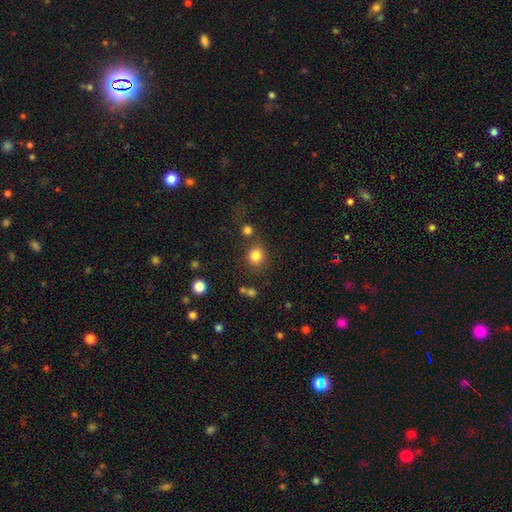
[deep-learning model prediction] smooth 82%, star or artifact 12%, featured or disk 6%. Down the decision tree: how rounded — round (84%); merging — none (76%).